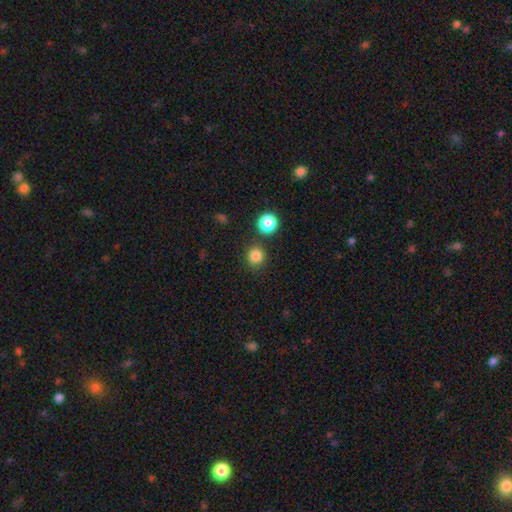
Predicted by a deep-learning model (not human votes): smooth 83%, star or artifact 13%, featured or disk 4%. Down the decision tree: how rounded — round (91%); merging — none (84%).